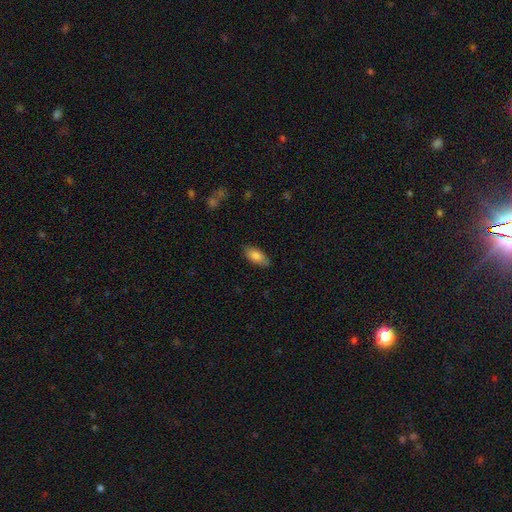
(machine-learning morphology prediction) Smooth or featured: smooth — 84% (featured or disk — 9%)
How rounded: in between — 88% (cigar-shaped — 10%)
Merging: none — 84% (minor disturbance — 13%)